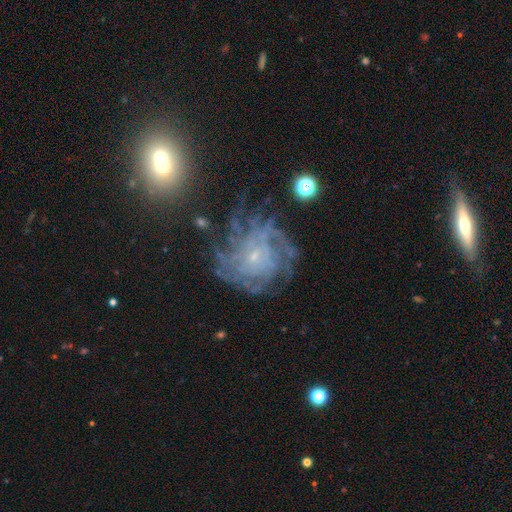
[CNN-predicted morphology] type=featured or disk (81%); edge-on=no (97%); bar=no (73%); spiral arms=yes (94%); winding=tight (67%); arm count=can't tell (32%); bulge=small (81%); merging=none (65%).